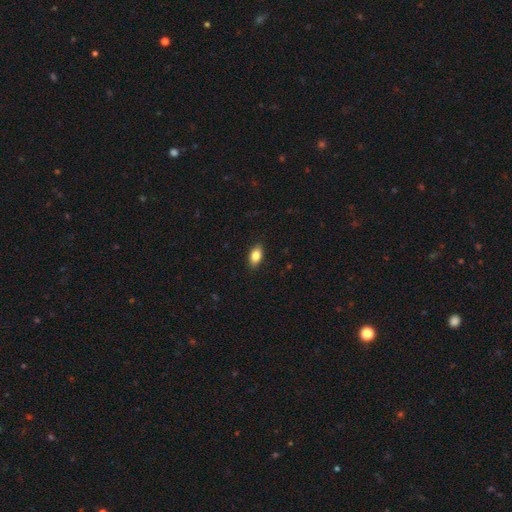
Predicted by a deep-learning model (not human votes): Q: Smooth or featured?
A: smooth (84%); runner-up: featured or disk (8%)
Q: How rounded?
A: in between (90%); runner-up: round (6%)
Q: Merging?
A: none (88%); runner-up: minor disturbance (9%)